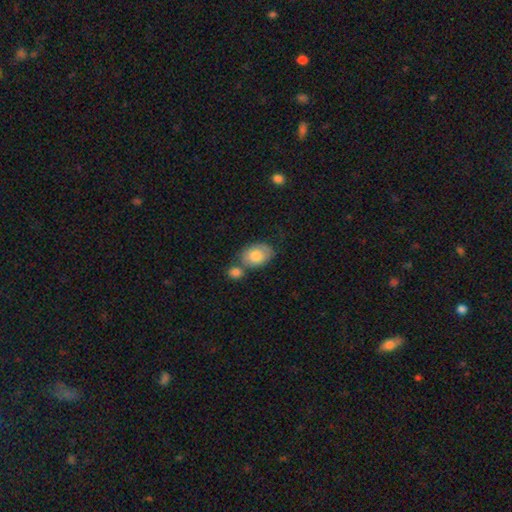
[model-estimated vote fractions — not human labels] smooth_or_featured: smooth (p=0.72) [alt: featured or disk p=0.22]
how_rounded: in between (p=0.75) [alt: round p=0.24]
merging: none (p=0.41) [alt: merger p=0.33]